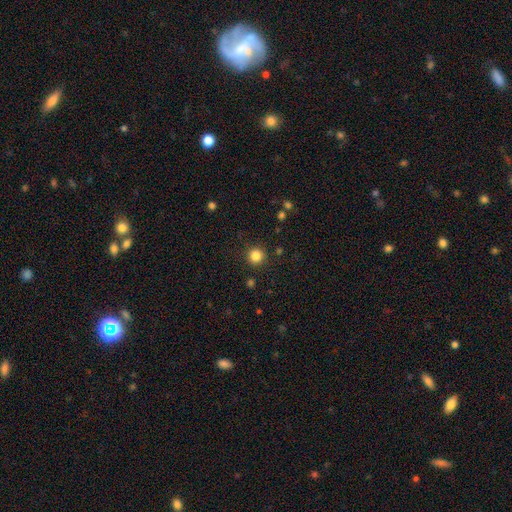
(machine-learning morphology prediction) smooth_or_featured: smooth (p=0.84) [alt: star or artifact p=0.12]
how_rounded: round (p=0.95) [alt: in between p=0.04]
merging: none (p=0.90) [alt: minor disturbance p=0.06]